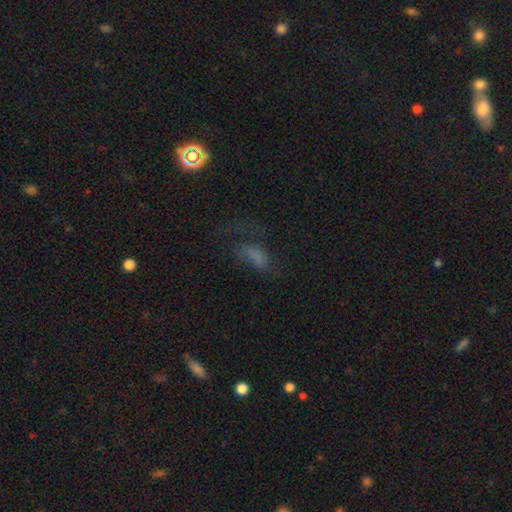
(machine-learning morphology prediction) smooth_or_featured: smooth (p=0.53) [alt: featured or disk p=0.25]
how_rounded: in between (p=0.78) [alt: cigar-shaped p=0.14]
merging: major disturbance (p=0.45) [alt: none p=0.31]